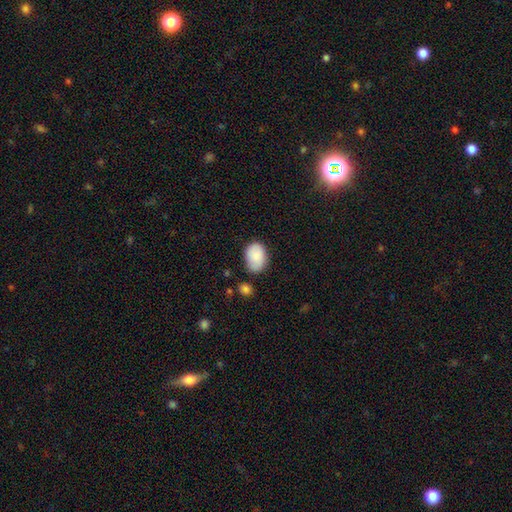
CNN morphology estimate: Smooth or featured? smooth (88%)
How rounded? in between (82%)
Merging? none (66%)